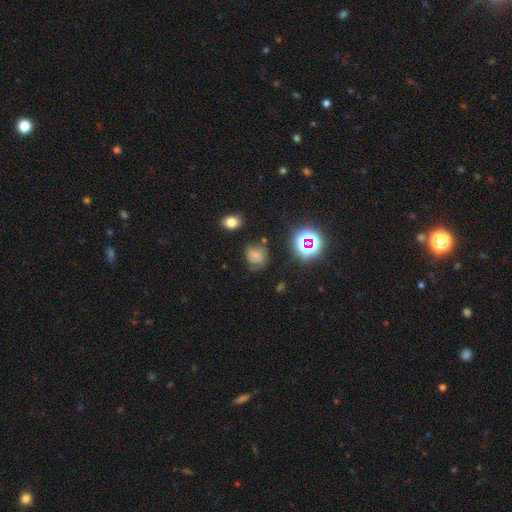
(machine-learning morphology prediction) This is possibly a smooth galaxy (57%). How rounded: likely round (70%). Merging: possibly none (57%).